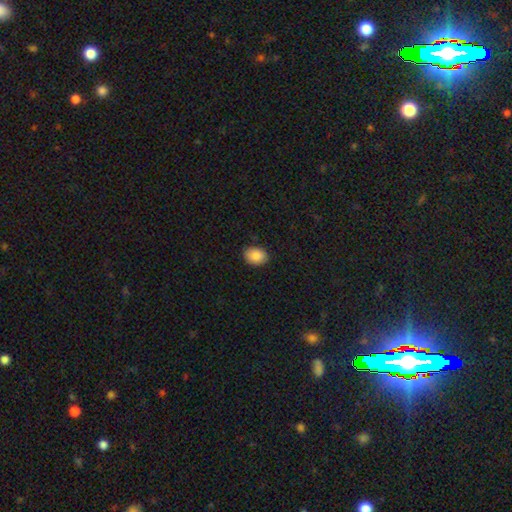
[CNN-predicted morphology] type=smooth (88%); roundness=in between (70%); merging=none (88%).